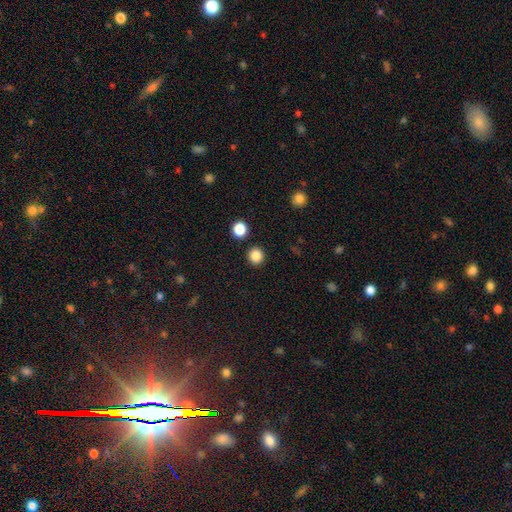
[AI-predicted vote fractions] Q: Smooth or featured?
A: smooth (85%); runner-up: star or artifact (12%)
Q: How rounded?
A: round (94%); runner-up: in between (5%)
Q: Merging?
A: none (92%); runner-up: minor disturbance (4%)